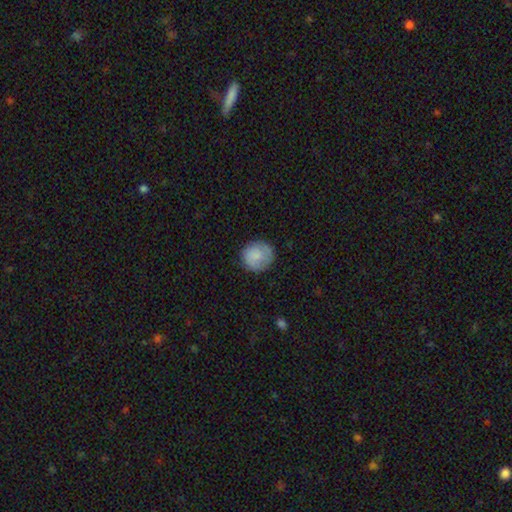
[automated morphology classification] The model was most divided on "merging": none: 81%, minor disturbance: 14%, major disturbance: 4%, merger: 1%. More confident: how rounded — round (91%); smooth or featured — smooth (81%).